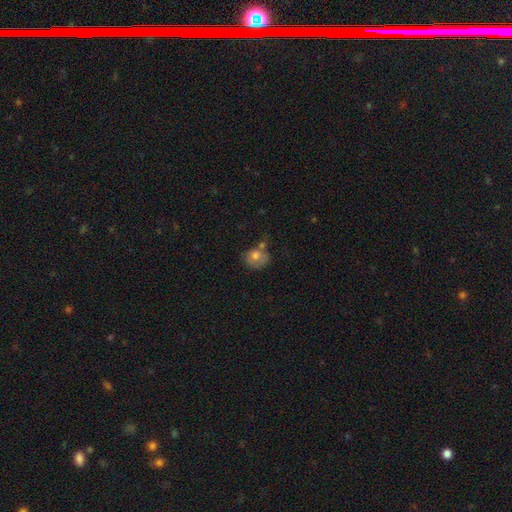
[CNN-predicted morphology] A smooth galaxy with no disk features (68%) that is round (64%). Merging: none (38%).